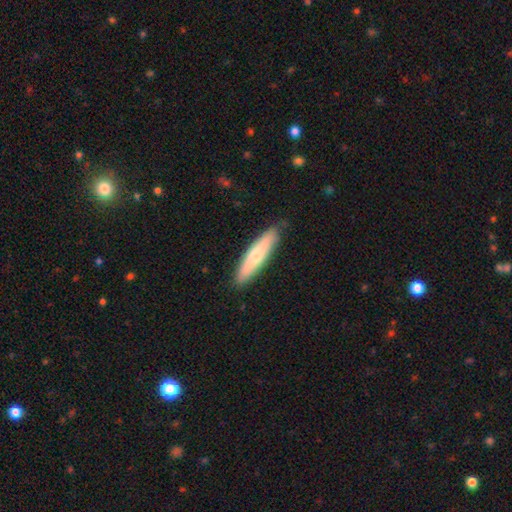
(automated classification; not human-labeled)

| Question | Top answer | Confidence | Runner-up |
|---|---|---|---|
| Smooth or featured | smooth | 64% | featured or disk (31%) |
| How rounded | cigar-shaped | 77% | in between (22%) |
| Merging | none | 86% | minor disturbance (11%) |